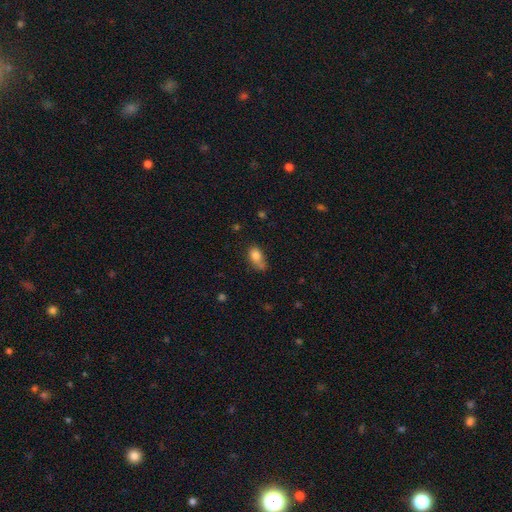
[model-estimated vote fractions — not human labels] Morphology: type=smooth (80%); roundness=in between (80%); merging=none (42%).